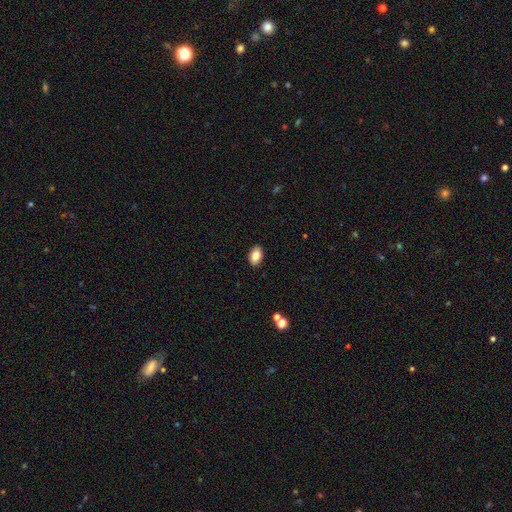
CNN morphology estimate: type=smooth (84%); roundness=in between (90%); merging=none (90%).